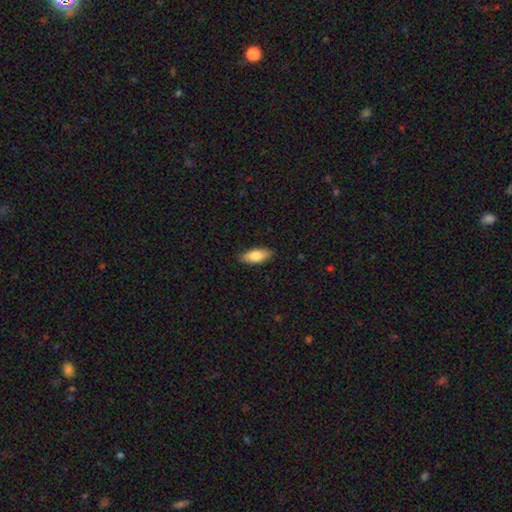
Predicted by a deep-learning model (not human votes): smooth-or-featured: smooth: 80% | featured or disk: 14% | star or artifact: 6%
  how-rounded: in between: 81% | cigar-shaped: 16% | round: 2%
  merging: none: 88% | minor disturbance: 9% | major disturbance: 2% | merger: 1%